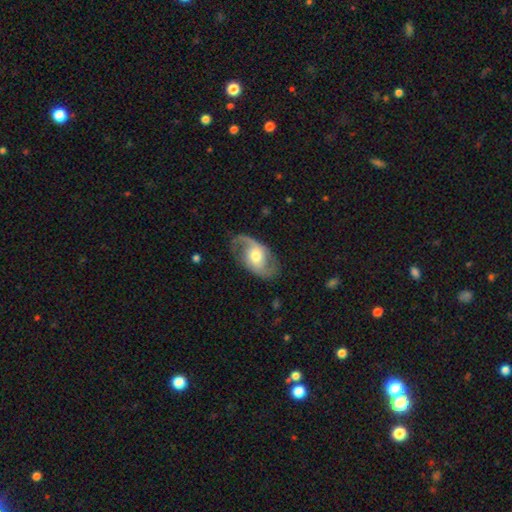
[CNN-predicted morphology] This appears to be a featured or disk galaxy (80%) with no bar (45%), 2 (85%) loose (44%) spiral arms (92%) and a moderate central bulge (66%). Merging: none (73%).